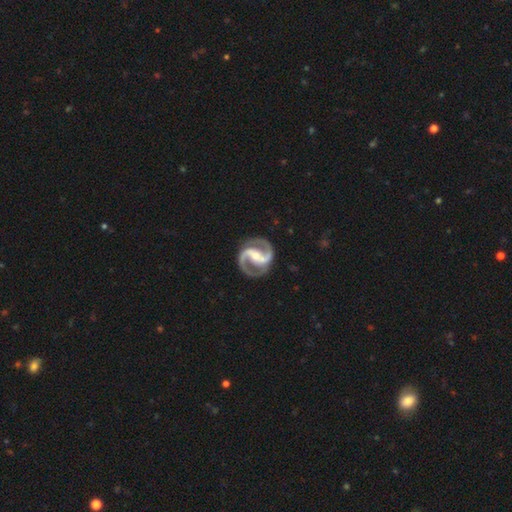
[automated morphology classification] Smooth or featured? featured or disk (94%)
Edge-on disk? no (98%)
Bar? strong (59%)
Spiral arms? yes (99%)
Spiral winding? medium (63%)
Spiral arm count? 2 (95%)
Bulge size? moderate (47%, tied with small)
Merging? none (87%)